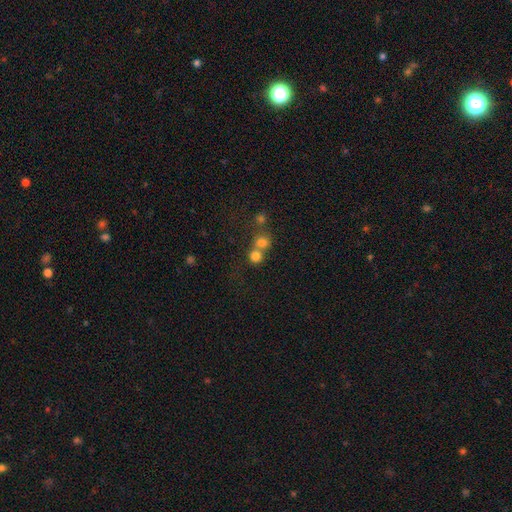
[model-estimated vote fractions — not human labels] Smooth or featured? Predicted: smooth (p=0.77). How rounded? Predicted: round (p=0.85). Merging? Predicted: merger (p=0.48).